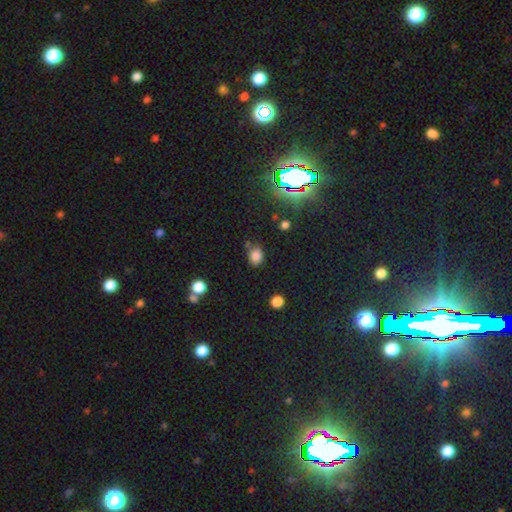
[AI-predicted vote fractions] smooth 78%, star or artifact 16%, featured or disk 5%. Down the decision tree: how rounded — in between (58%); merging — none (63%).